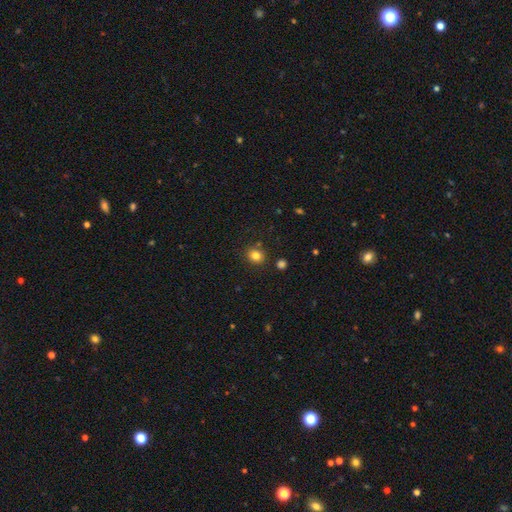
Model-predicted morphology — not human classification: This is clearly a smooth galaxy (82%). How rounded: likely round (78%). Merging: clearly none (86%).